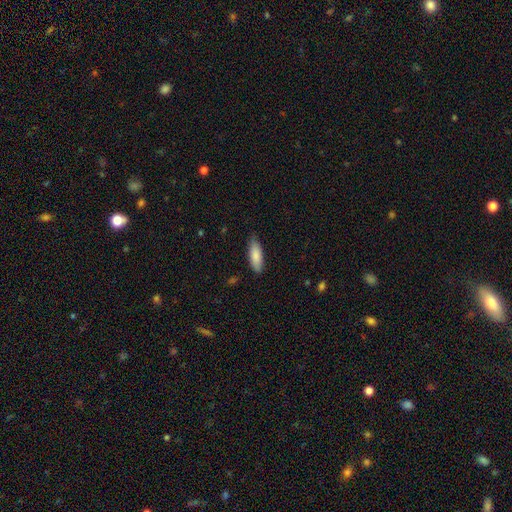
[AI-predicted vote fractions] Smooth or featured? Predicted: smooth (p=0.86). How rounded? Predicted: in between (p=0.68). Merging? Predicted: none (p=0.82).